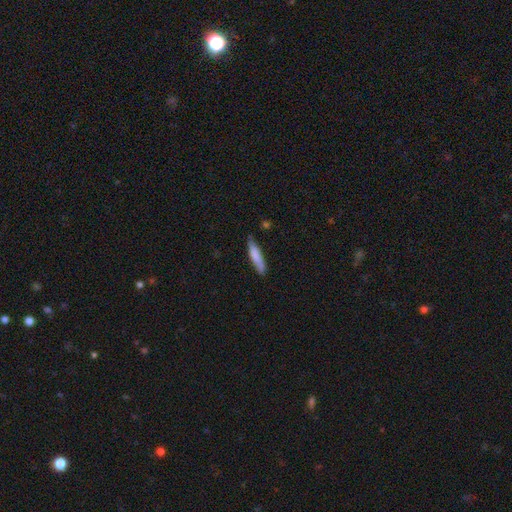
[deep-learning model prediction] A smooth galaxy with no disk features (77%) that is cigar-shaped (83%).

Vote fractions:
- Smooth or featured? smooth: 77% / featured or disk: 17% / star or artifact: 6%
- How rounded? cigar-shaped: 83% / in between: 16% / round: 1%
- Merging? none: 72% / minor disturbance: 22% / major disturbance: 4% / merger: 3%